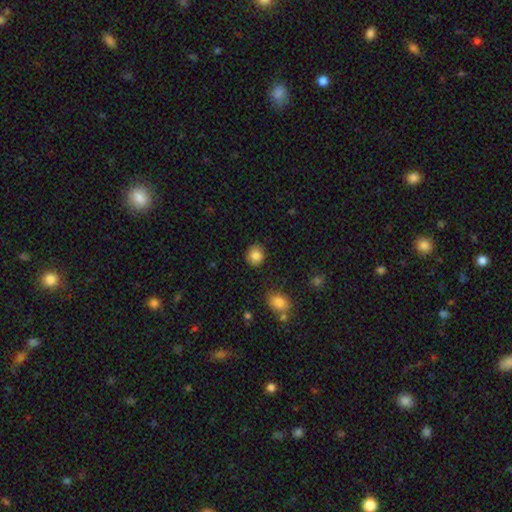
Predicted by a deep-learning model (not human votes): This is clearly a smooth galaxy (85%). How rounded: likely round (77%). Merging: clearly none (86%).